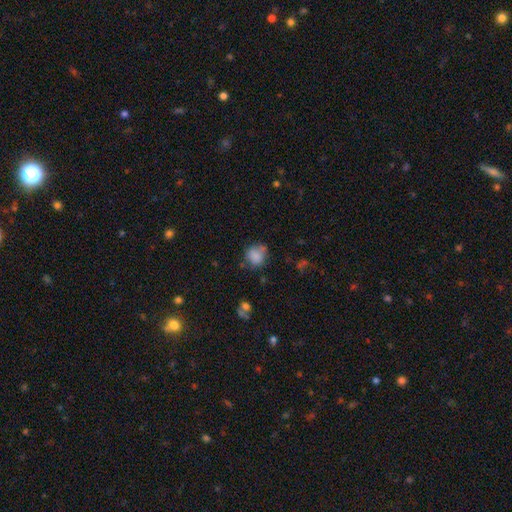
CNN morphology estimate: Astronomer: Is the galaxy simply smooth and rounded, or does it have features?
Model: smooth — 81%.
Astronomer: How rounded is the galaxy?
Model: round — 74%.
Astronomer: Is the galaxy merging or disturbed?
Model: none — 59%.